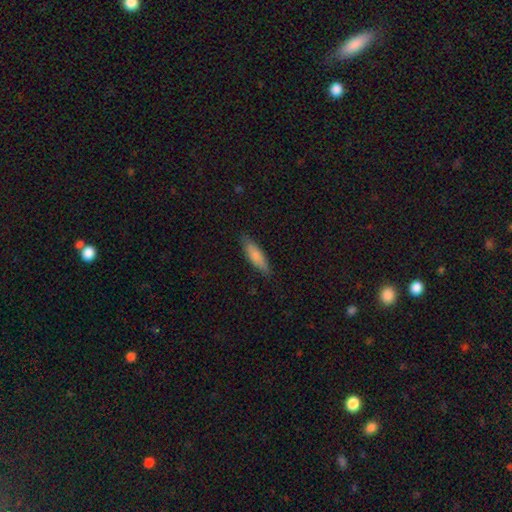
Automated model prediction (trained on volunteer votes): smooth_or_featured: smooth (p=0.81) [alt: featured or disk p=0.13]
how_rounded: cigar-shaped (p=0.56) [alt: in between p=0.43]
merging: none (p=0.83) [alt: minor disturbance p=0.13]